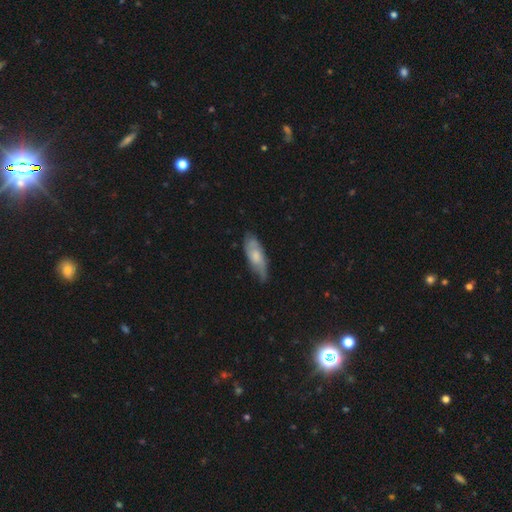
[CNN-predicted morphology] Smooth or featured?
  - smooth: 50% *
  - featured or disk: 44%
  - star or artifact: 6%
How rounded?
  - in between: 65% *
  - cigar-shaped: 33%
  - round: 2%
Merging?
  - none: 61% *
  - minor disturbance: 30%
  - major disturbance: 7%
  - merger: 2%